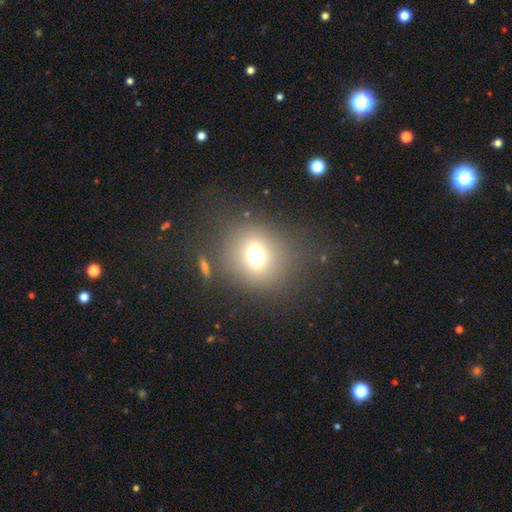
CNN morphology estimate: type=smooth (69%); roundness=round (71%); merging=none (74%).